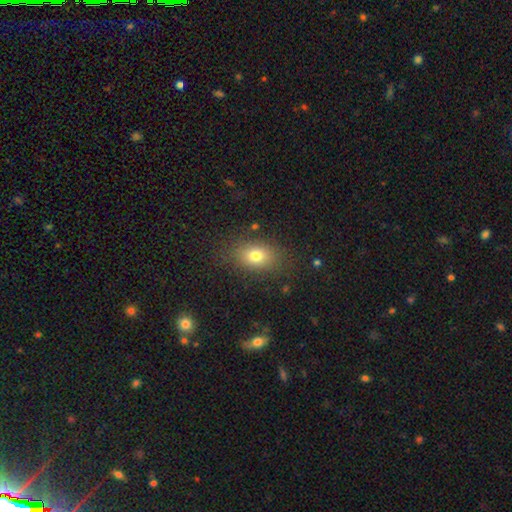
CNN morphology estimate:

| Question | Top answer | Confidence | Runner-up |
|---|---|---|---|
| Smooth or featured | smooth | 76% | star or artifact (12%) |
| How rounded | in between | 76% | round (23%) |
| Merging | none | 82% | minor disturbance (11%) |